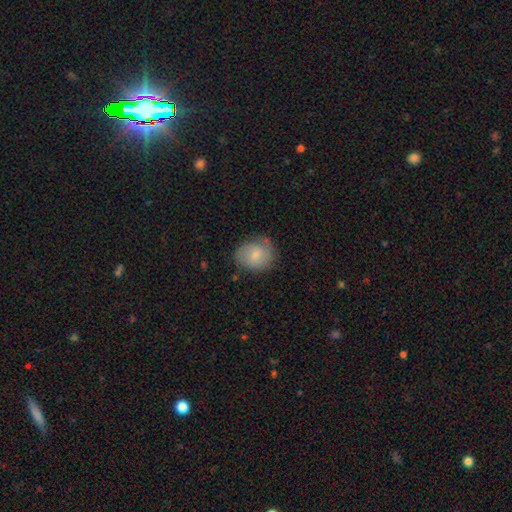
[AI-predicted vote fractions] The model was most divided on "how rounded": round: 63%, in between: 36%, cigar-shaped: 1%. More confident: merging — none (70%); smooth or featured — smooth (70%).